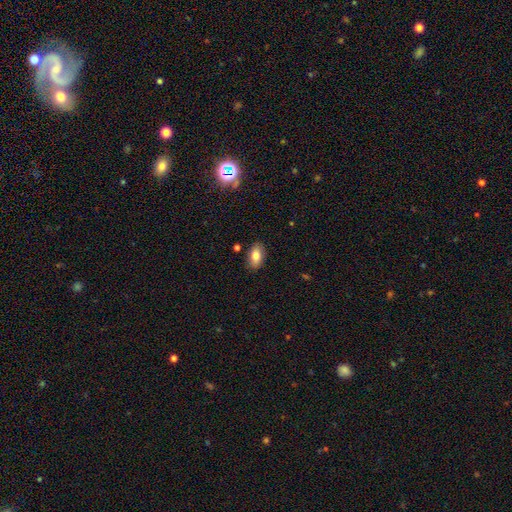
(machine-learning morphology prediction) Overall: smooth (79%). How rounded: in between (91%). Merging: none (86%).